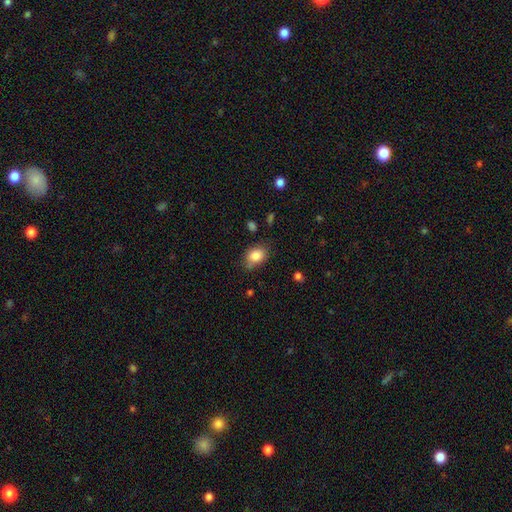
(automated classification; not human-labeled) Morphology: type=smooth (84%); roundness=in between (67%); merging=none (69%).